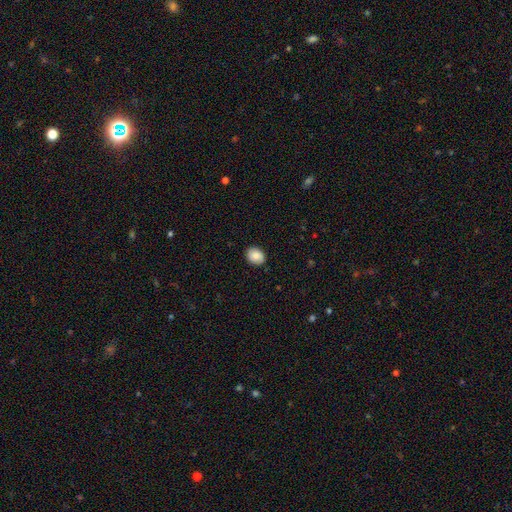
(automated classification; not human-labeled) This appears to be a smooth galaxy with no disk features (85%) that is round (51%). Merging: none (88%).